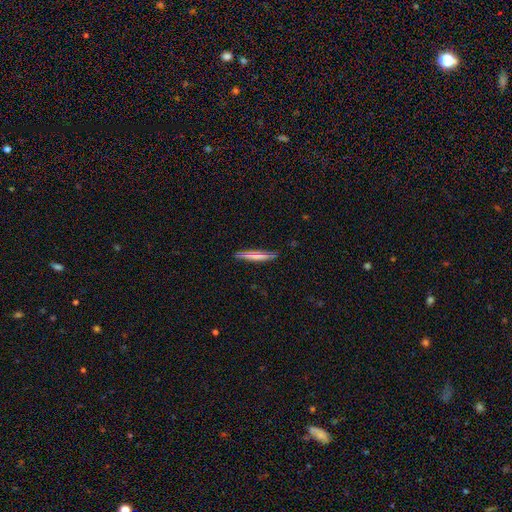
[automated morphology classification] Q: Smooth or featured?
A: smooth (63%); runner-up: featured or disk (31%)
Q: How rounded?
A: cigar-shaped (92%); runner-up: in between (7%)
Q: Merging?
A: none (83%); runner-up: minor disturbance (13%)